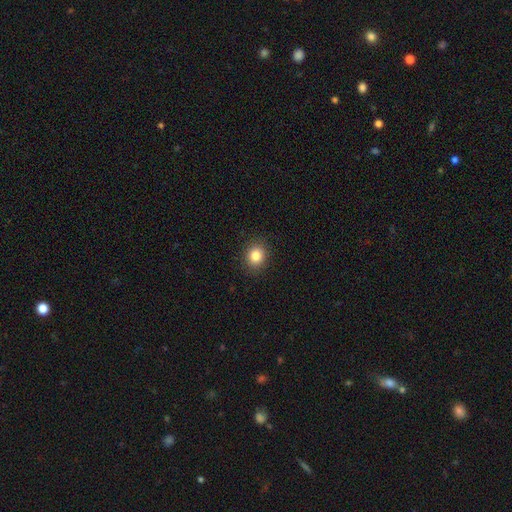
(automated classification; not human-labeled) This appears to be a smooth galaxy with no disk features (84%) that is round (70%). Merging: none (90%).